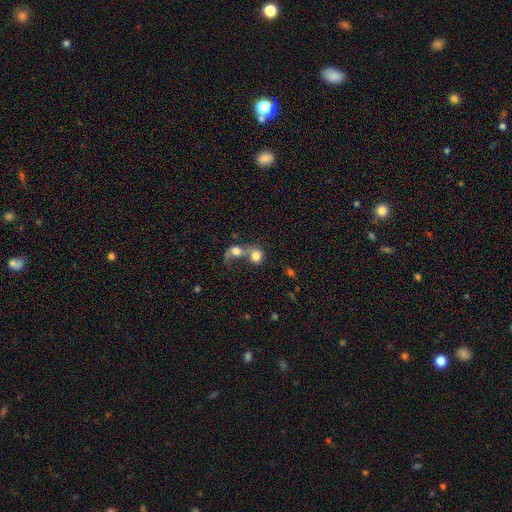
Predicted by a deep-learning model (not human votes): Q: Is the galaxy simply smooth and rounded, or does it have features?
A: smooth — 75%.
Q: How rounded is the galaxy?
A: round — 74%.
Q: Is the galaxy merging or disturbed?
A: merger — 67%.